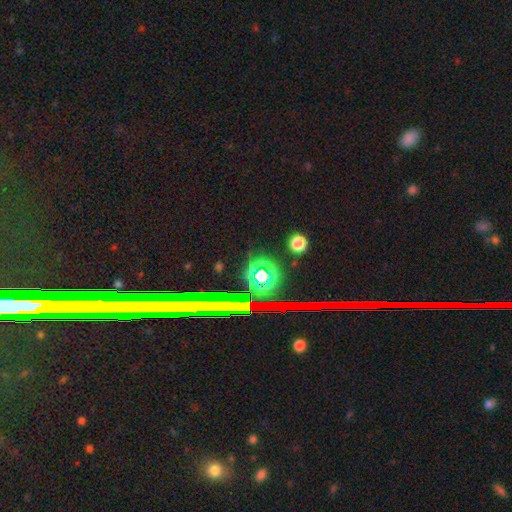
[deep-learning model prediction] Smooth or featured: star or artifact — 77% (featured or disk — 13%)